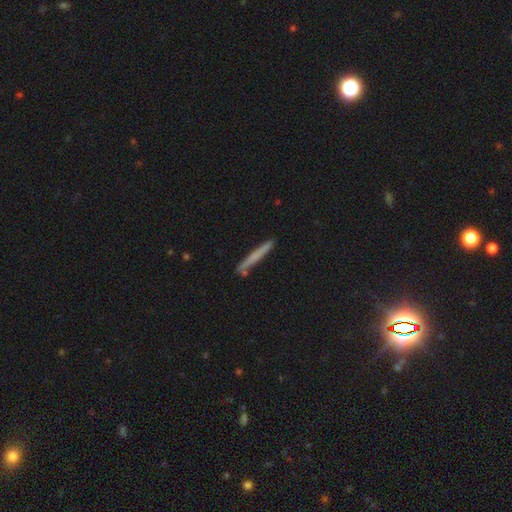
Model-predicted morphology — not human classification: Q: Smooth or featured?
A: smooth (63%); runner-up: featured or disk (31%)
Q: How rounded?
A: cigar-shaped (97%); runner-up: in between (2%)
Q: Merging?
A: none (84%); runner-up: minor disturbance (11%)